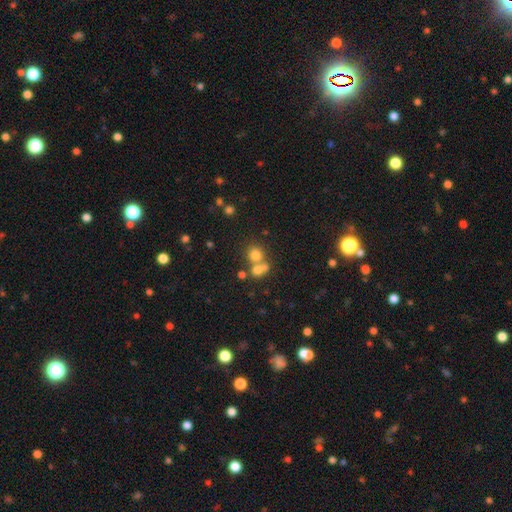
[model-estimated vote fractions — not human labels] Overall: smooth (69%). How rounded: round (83%). Merging: none (46%; merger 44%).